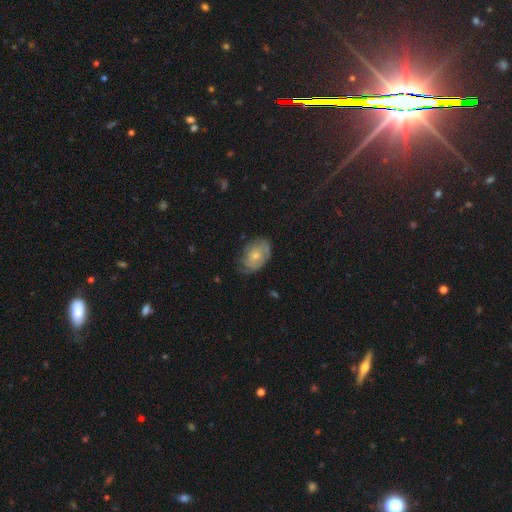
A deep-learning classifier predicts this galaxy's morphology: Smooth or featured? Predicted: smooth (p=0.55). How rounded? Predicted: in between (p=0.85). Merging? Predicted: none (p=0.61).